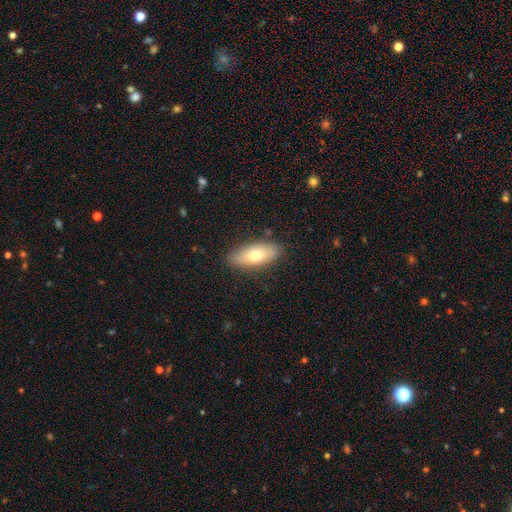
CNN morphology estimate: Overall: smooth (67%). How rounded: in between (82%). Merging: none (84%).